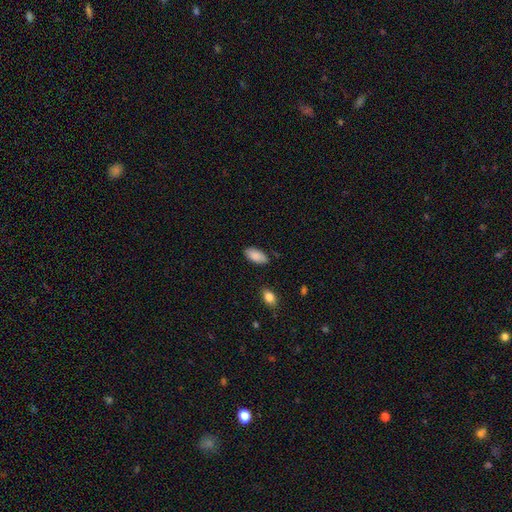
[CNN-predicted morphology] type=smooth (88%); roundness=in between (93%); merging=none (82%).